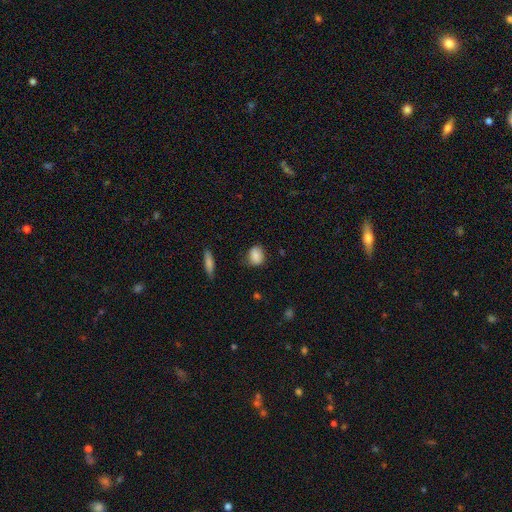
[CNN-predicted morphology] Q: Smooth or featured?
A: smooth (86%); runner-up: star or artifact (8%)
Q: How rounded?
A: round (49%); tied with: in between (49%)
Q: Merging?
A: none (78%); runner-up: minor disturbance (17%)